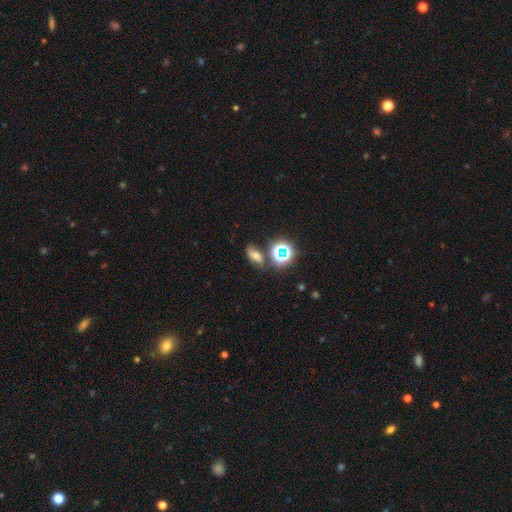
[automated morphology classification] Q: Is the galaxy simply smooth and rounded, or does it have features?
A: smooth — 52%.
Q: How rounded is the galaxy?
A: in between — 80%.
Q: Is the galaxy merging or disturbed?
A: none — 65%.